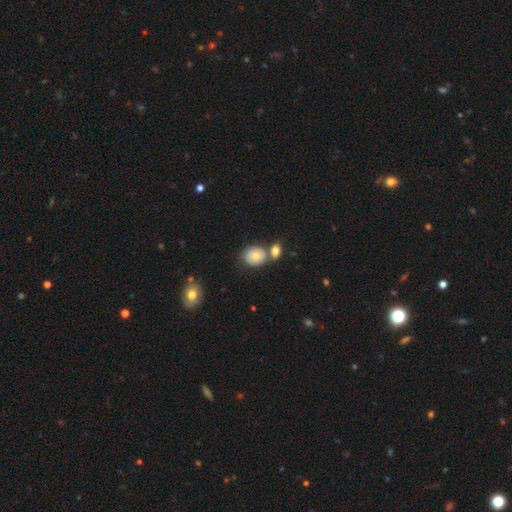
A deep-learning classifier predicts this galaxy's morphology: Smooth or featured? smooth (71%)
How rounded? round (56%)
Merging? none (53%)